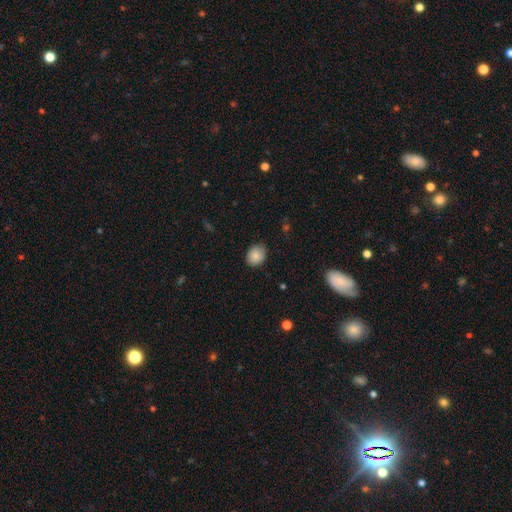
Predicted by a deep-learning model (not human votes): Morphology: type=smooth (85%); roundness=in between (57%); merging=none (81%).